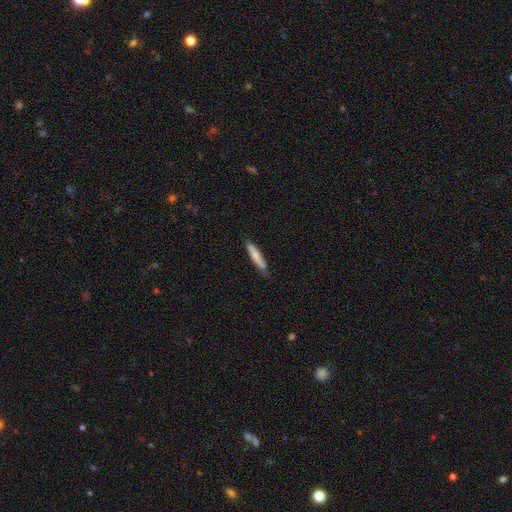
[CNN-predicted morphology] A smooth galaxy with no disk features (71%) that is cigar-shaped (91%). Merging: none (75%).